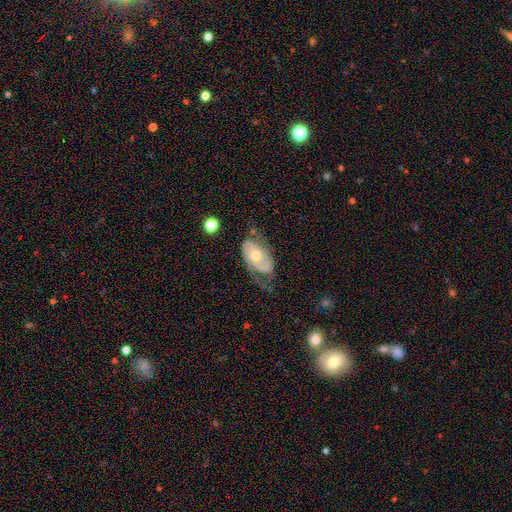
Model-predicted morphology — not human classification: This is likely a featured or disk galaxy (76%). It is clearly not viewed edge-on (94%). Bar: likely no (71%). Spiral arm pattern: clearly yes (85%). Spiral arm count: likely 2 (66%). Spiral winding: marginally tight (39%). Central bulge: possibly moderate (58%). Merging: possibly none (50%).